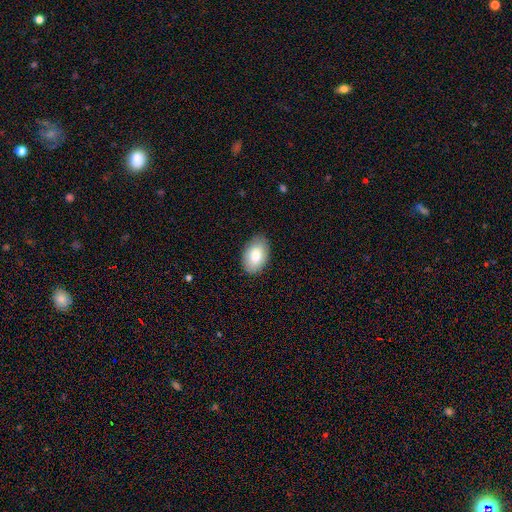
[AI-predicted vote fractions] Smooth or featured? Predicted: smooth (p=0.81). How rounded? Predicted: in between (p=0.92). Merging? Predicted: none (p=0.85).